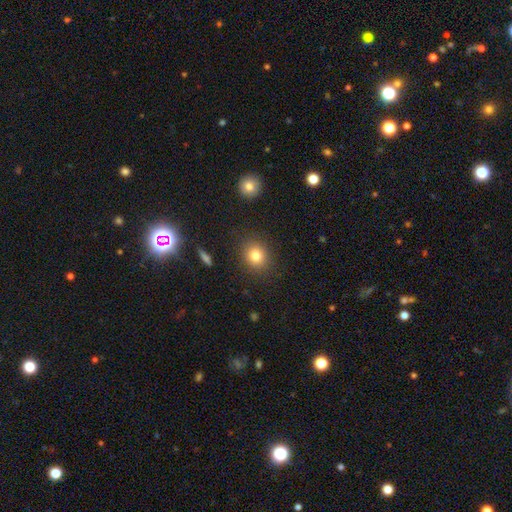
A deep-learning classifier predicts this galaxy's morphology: smooth 80%, star or artifact 12%, featured or disk 8%. Down the decision tree: how rounded — round (78%); merging — none (88%).